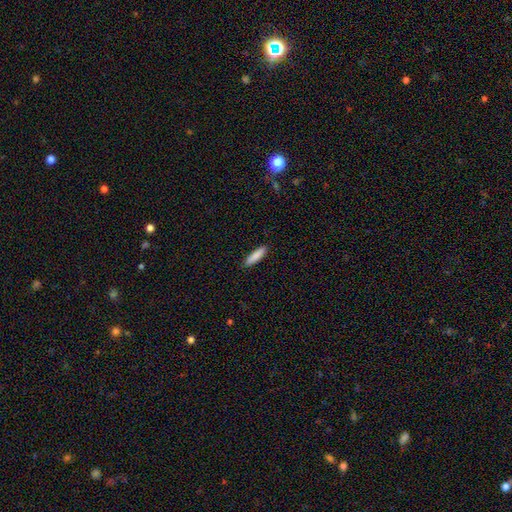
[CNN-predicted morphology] A smooth galaxy with no disk features (87%) that is cigar-shaped (76%).

Vote fractions:
- Smooth or featured? smooth: 87% / featured or disk: 7% / star or artifact: 6%
- How rounded? cigar-shaped: 76% / in between: 22% / round: 1%
- Merging? none: 90% / minor disturbance: 7% / major disturbance: 2% / merger: 1%